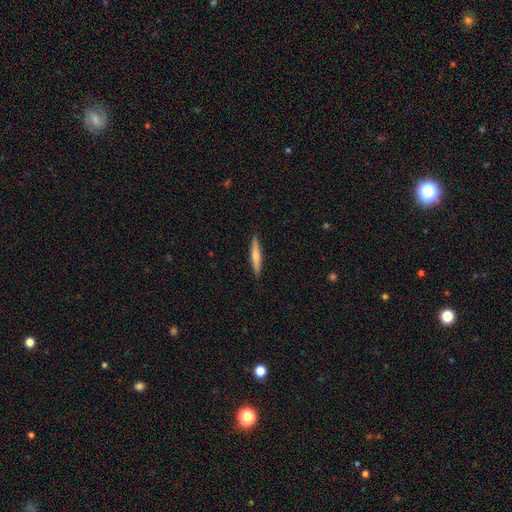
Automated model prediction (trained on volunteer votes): A smooth galaxy with no disk features (61%) that is cigar-shaped (92%). Merging: none (89%).